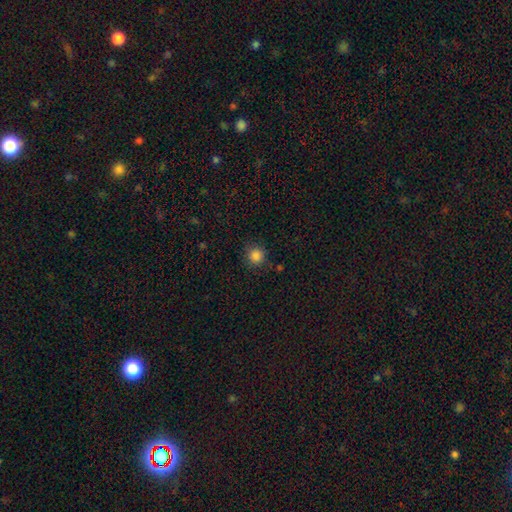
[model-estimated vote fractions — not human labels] A smooth galaxy with no disk features (85%) that is round (93%).

Vote fractions:
- Smooth or featured? smooth: 85% / star or artifact: 12% / featured or disk: 3%
- How rounded? round: 93% / in between: 6% / cigar-shaped: 1%
- Merging? none: 85% / minor disturbance: 10% / major disturbance: 3% / merger: 2%